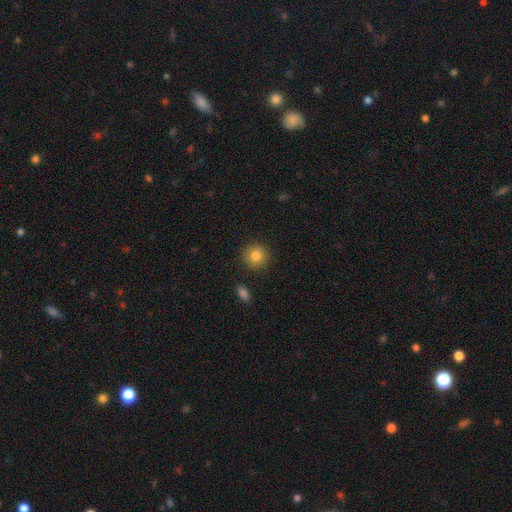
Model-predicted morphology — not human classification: smooth-or-featured: smooth: 83% | star or artifact: 10% | featured or disk: 7%
  how-rounded: round: 93% | in between: 6% | cigar-shaped: 1%
  merging: none: 90% | minor disturbance: 6% | major disturbance: 2% | merger: 2%